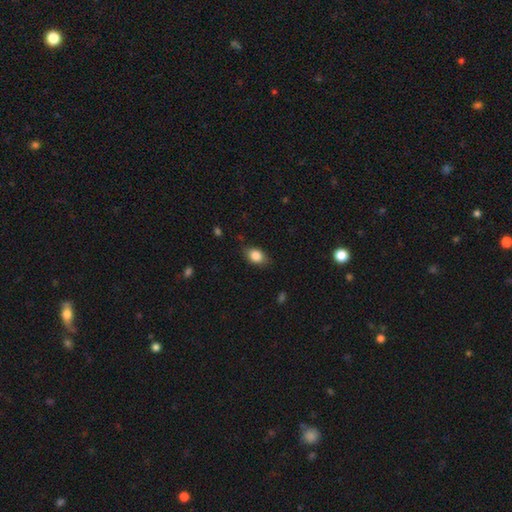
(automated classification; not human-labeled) The model was most divided on "how rounded": in between: 80%, round: 18%, cigar-shaped: 2%. More confident: smooth or featured — smooth (84%); merging — none (79%).